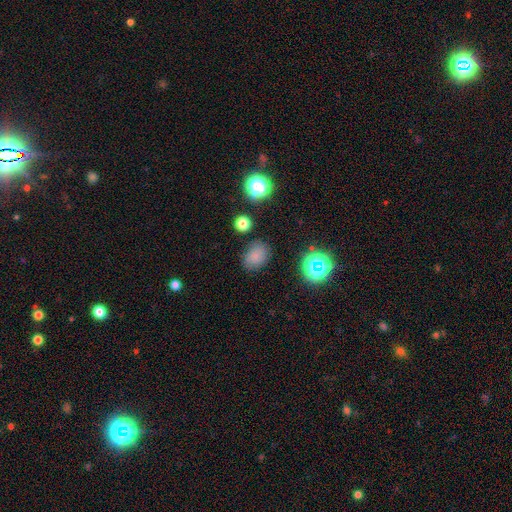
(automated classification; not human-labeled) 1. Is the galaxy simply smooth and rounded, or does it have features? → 76% smooth, 17% star or artifact, 7% featured or disk.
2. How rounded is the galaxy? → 63% in between, 36% round, 1% cigar-shaped.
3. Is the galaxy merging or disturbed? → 76% none, 16% minor disturbance, 5% major disturbance, 2% merger.